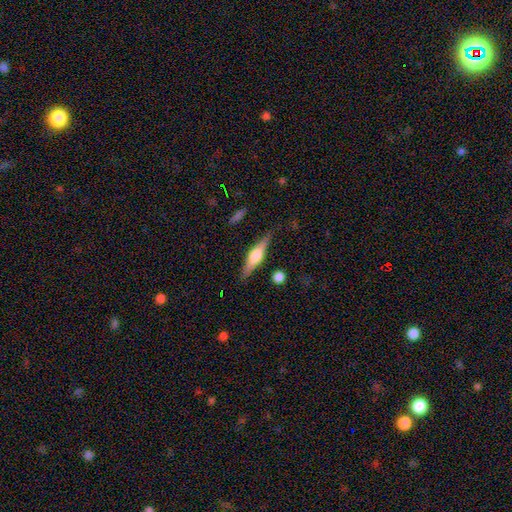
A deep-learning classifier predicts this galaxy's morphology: featured or disk 67%, smooth 26%, star or artifact 6%. Down the decision tree: edge-on disk — yes (97%); edge-on bulge — rounded (85%); merging — none (86%).